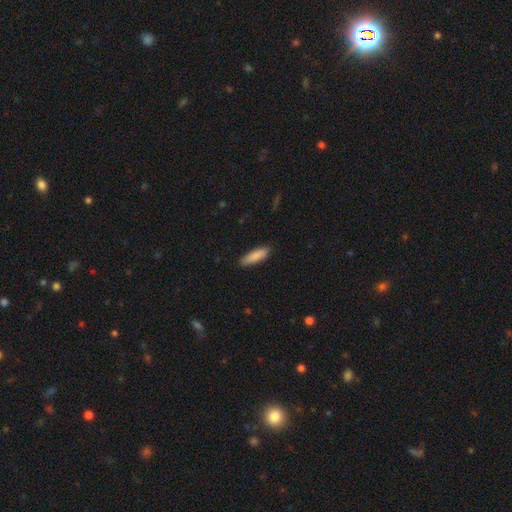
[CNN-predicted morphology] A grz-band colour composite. It shows a smooth galaxy with no disk features (87%) that is cigar-shaped (55%). Merging: none (88%).